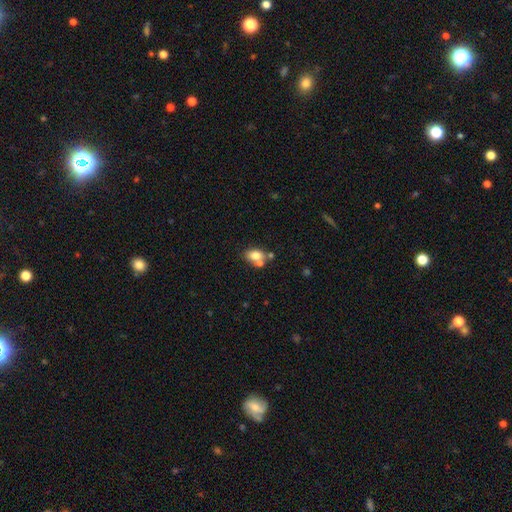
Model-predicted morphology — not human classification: smooth 75%, featured or disk 15%, star or artifact 10%. Down the decision tree: how rounded — in between (75%); merging — none (50%).